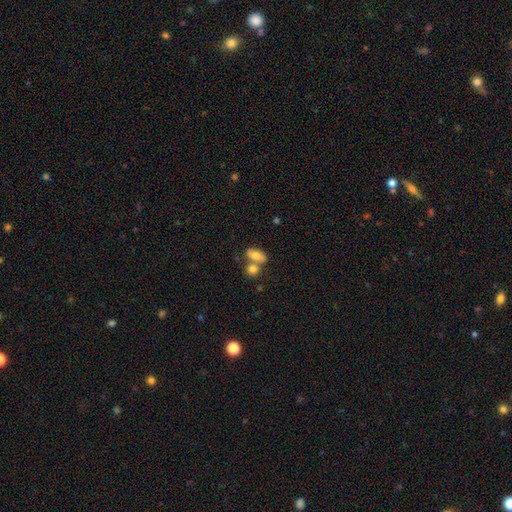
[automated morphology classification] A smooth galaxy with no disk features (69%) that is in between round and cigar-shaped (83%).

Vote fractions:
- Smooth or featured? smooth: 69% / featured or disk: 22% / star or artifact: 8%
- How rounded? in between: 83% / round: 10% / cigar-shaped: 7%
- Merging? none: 44% / merger: 39% / minor disturbance: 12% / major disturbance: 5%